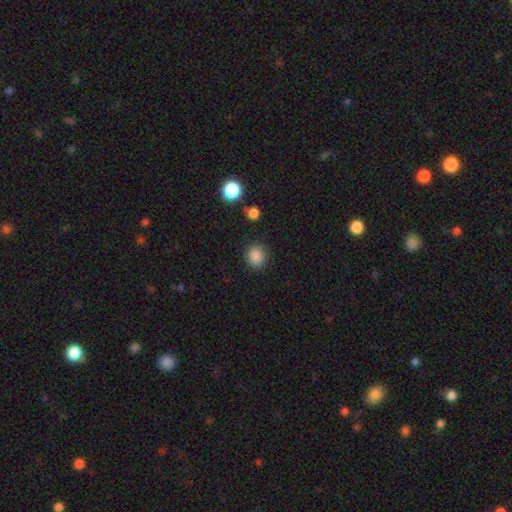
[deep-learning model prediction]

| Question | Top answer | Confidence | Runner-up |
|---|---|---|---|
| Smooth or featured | smooth | 86% | star or artifact (11%) |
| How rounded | round | 84% | in between (15%) |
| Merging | none | 87% | minor disturbance (8%) |